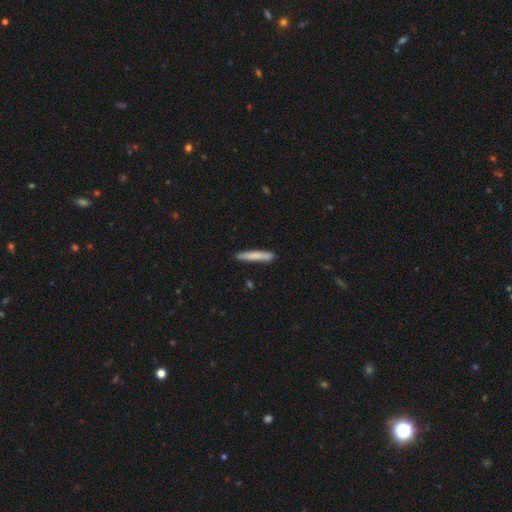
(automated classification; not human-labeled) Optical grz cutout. It shows a smooth galaxy with no disk features (77%) that is cigar-shaped (94%). Merging: none (88%).